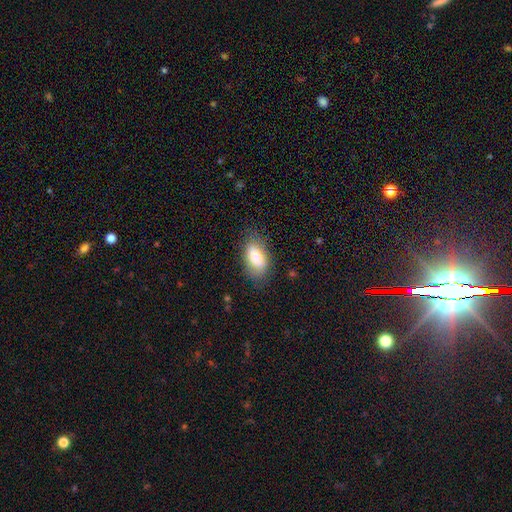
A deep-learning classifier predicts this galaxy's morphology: Smooth or featured? Predicted: smooth (p=0.81). How rounded? Predicted: in between (p=0.92). Merging? Predicted: none (p=0.74).